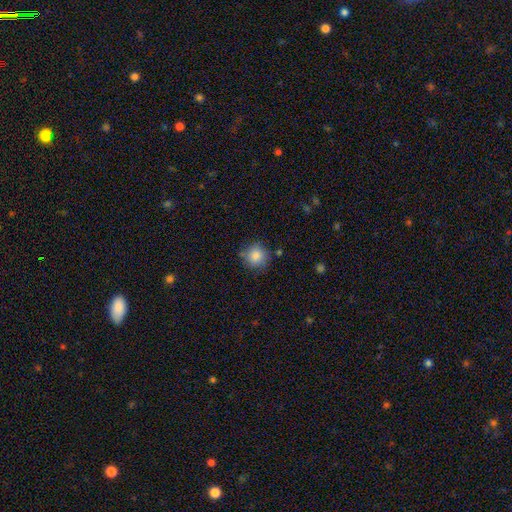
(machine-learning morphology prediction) The model was most divided on "merging": none: 81%, minor disturbance: 13%, merger: 3%, major disturbance: 3%. More confident: how rounded — round (92%); smooth or featured — smooth (86%).